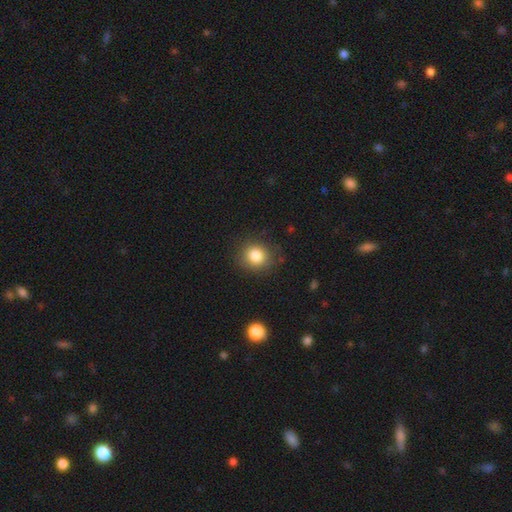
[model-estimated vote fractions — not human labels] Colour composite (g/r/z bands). It shows a smooth galaxy with no disk features (83%) that is round (82%). Merging: none (85%).